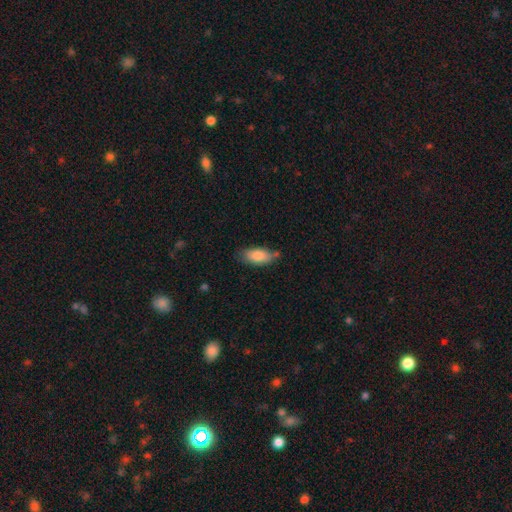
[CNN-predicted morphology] Smooth or featured: smooth — 81% (featured or disk — 12%)
How rounded: in between — 82% (cigar-shaped — 16%)
Merging: none — 70% (minor disturbance — 22%)